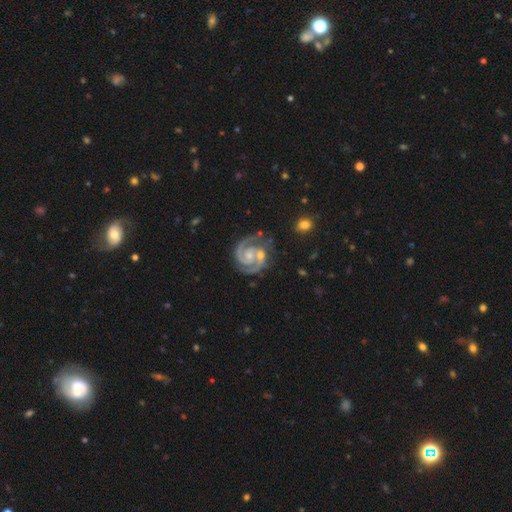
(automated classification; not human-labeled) featured or disk 93%, star or artifact 4%, smooth 3%. Down the decision tree: edge-on disk — no (98%); bar — no (58%); spiral arms — yes (99%); spiral arm count — 2 (88%); spiral winding — tight (60%); bulge size — small (55%); merging — none (71%).